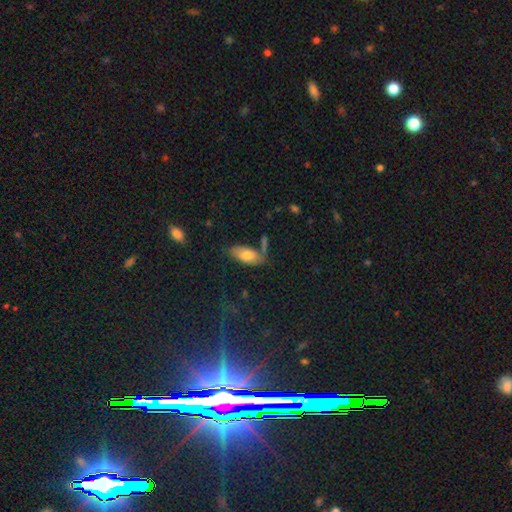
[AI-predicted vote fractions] Smooth or featured: smooth — 68% (featured or disk — 22%)
How rounded: in between — 86% (cigar-shaped — 11%)
Merging: none — 66% (minor disturbance — 18%)